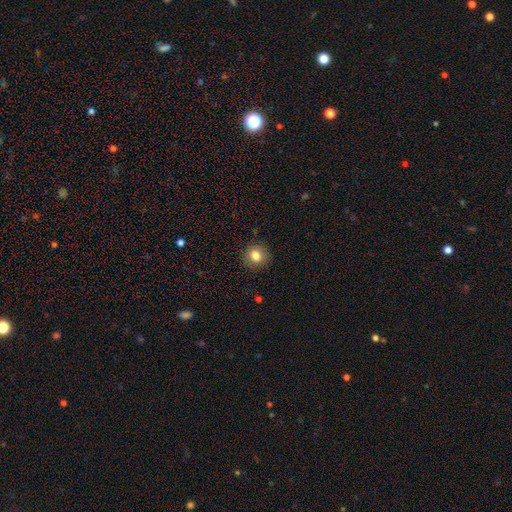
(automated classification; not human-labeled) smooth_or_featured: smooth (p=0.82) [alt: star or artifact p=0.10]
how_rounded: round (p=0.83) [alt: in between p=0.16]
merging: none (p=0.89) [alt: minor disturbance p=0.08]